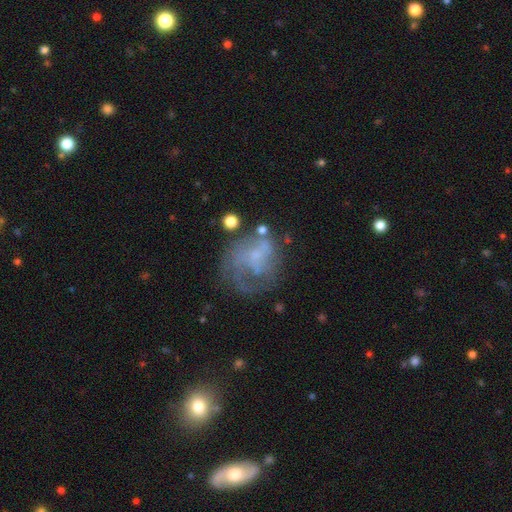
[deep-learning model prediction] smooth_or_featured: featured or disk (p=0.57) [alt: smooth p=0.30]
disk_edge_on: no (p=0.98) [alt: yes p=0.02]
bar: no (p=0.76) [alt: weak p=0.21]
has_spiral_arms: no (p=0.51) [alt: yes p=0.49]
bulge_size: small (p=0.43) [alt: none p=0.42]
merging: none (p=0.39) [alt: major disturbance p=0.35]